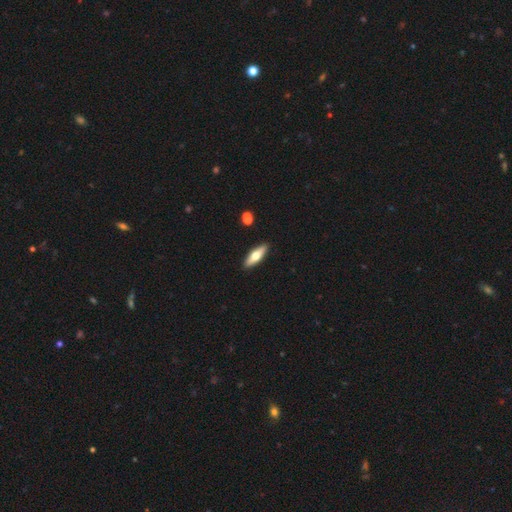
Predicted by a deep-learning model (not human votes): A smooth galaxy with no disk features (53%) that is cigar-shaped (56%). Merging: none (90%).